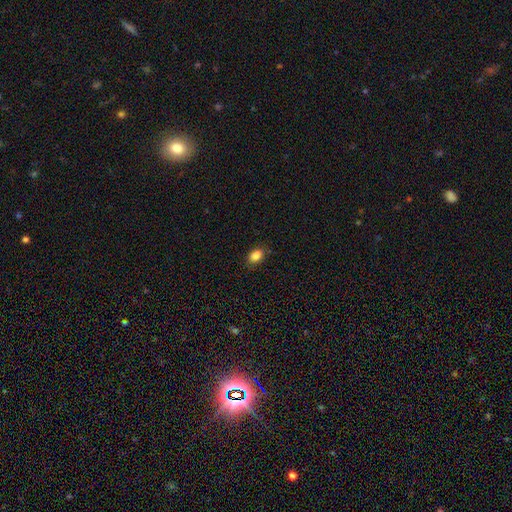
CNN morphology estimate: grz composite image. It shows a smooth galaxy with no disk features (86%) that is in between round and cigar-shaped (77%). Merging: none (82%).